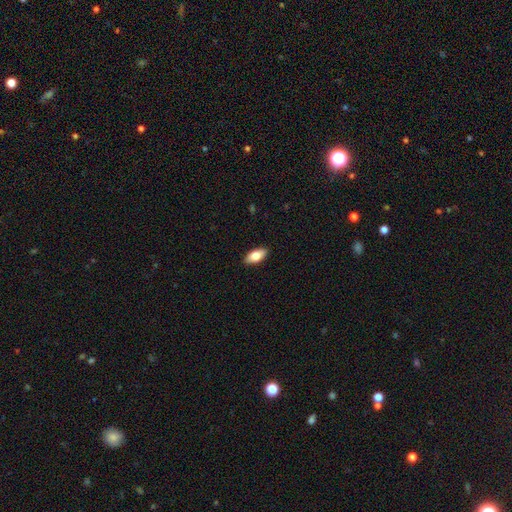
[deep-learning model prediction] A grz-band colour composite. It shows a smooth galaxy with no disk features (81%) that is in between round and cigar-shaped (89%). Merging: none (90%).